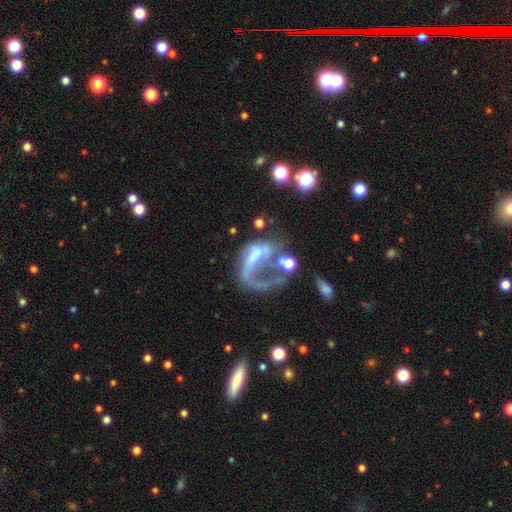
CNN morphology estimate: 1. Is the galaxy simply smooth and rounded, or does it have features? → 66% featured or disk, 21% smooth, 13% star or artifact.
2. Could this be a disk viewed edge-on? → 97% no, 3% yes.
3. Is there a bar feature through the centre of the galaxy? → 63% no, 24% weak, 14% strong.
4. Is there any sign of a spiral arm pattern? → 54% no, 46% yes.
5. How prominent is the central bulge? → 54% none, 21% small, 18% moderate, 5% large, 2% dominant.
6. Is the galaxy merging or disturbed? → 48% major disturbance, 21% none, 21% merger, 10% minor disturbance.